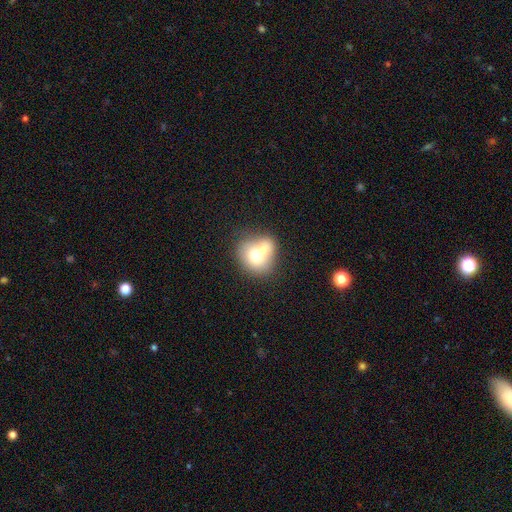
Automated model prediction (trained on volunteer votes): This is likely a smooth galaxy (66%). How rounded: likely round (65%). Merging: likely merger (65%).